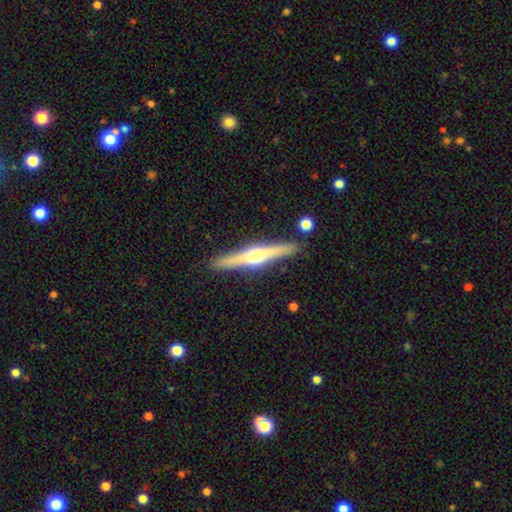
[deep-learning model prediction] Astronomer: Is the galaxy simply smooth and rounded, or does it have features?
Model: featured or disk — 73%.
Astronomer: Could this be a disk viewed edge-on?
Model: yes — 98%.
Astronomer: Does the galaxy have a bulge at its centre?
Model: rounded — 92%.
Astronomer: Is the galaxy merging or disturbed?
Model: none — 88%.